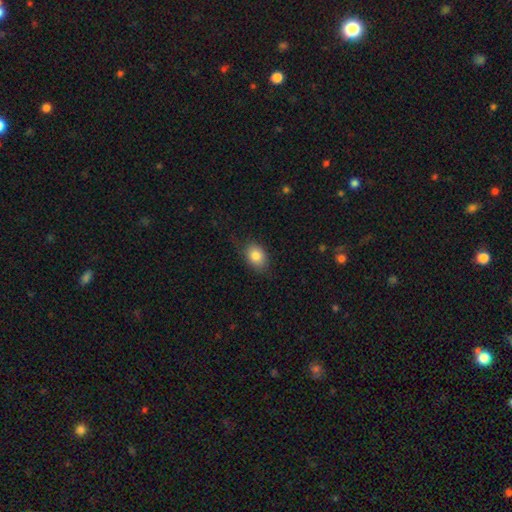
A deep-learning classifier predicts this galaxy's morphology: smooth-or-featured: smooth: 83% | featured or disk: 9% | star or artifact: 8%
  how-rounded: in between: 75% | round: 24% | cigar-shaped: 1%
  merging: none: 73% | minor disturbance: 20% | major disturbance: 5% | merger: 1%